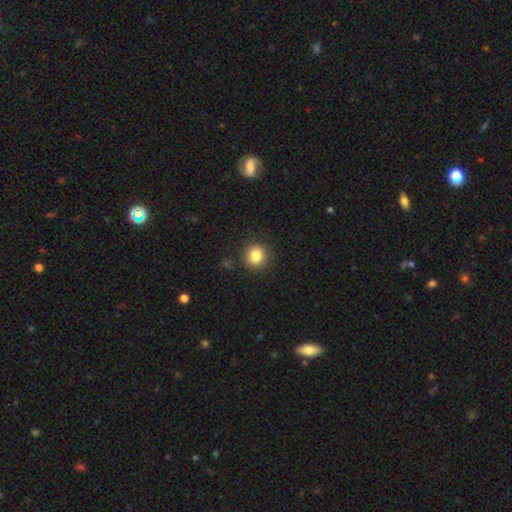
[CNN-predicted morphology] The model was most divided on "smooth or featured": smooth: 84%, star or artifact: 11%, featured or disk: 5%. More confident: how rounded — round (90%); merging — none (89%).